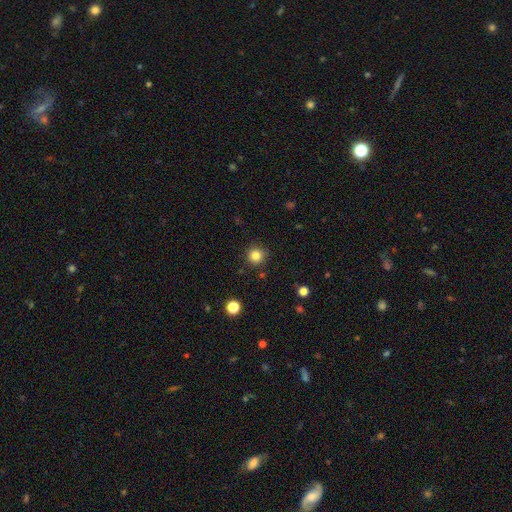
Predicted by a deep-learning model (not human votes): Smooth or featured?
  - smooth: 83% *
  - star or artifact: 12%
  - featured or disk: 5%
How rounded?
  - round: 95% *
  - in between: 4%
  - cigar-shaped: 1%
Merging?
  - none: 90% *
  - minor disturbance: 7%
  - major disturbance: 2%
  - merger: 2%